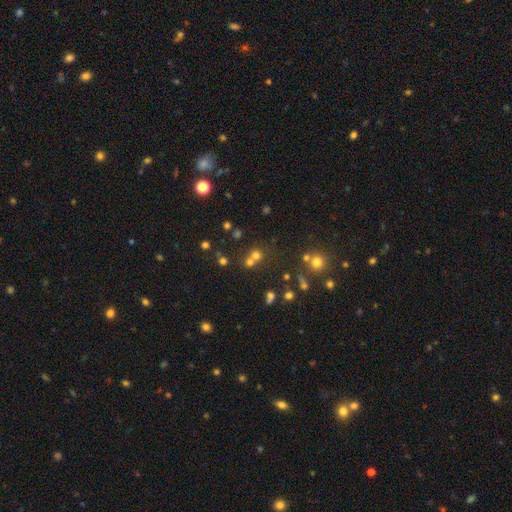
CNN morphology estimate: smooth 60%, star or artifact 28%, featured or disk 12%. Down the decision tree: how rounded — round (86%); merging — none (51%).